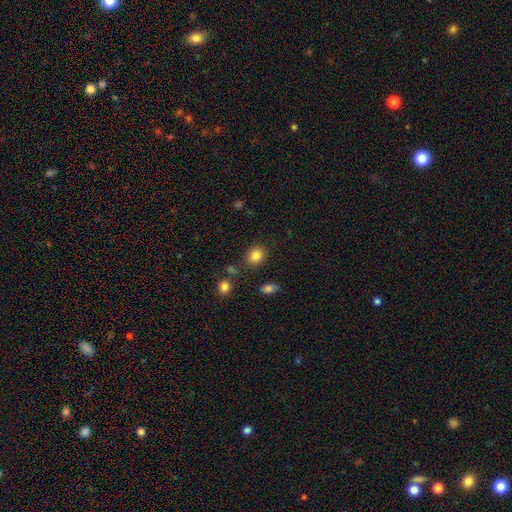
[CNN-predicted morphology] Smooth or featured: smooth — 84% (star or artifact — 10%)
How rounded: round — 60% (in between — 39%)
Merging: none — 83% (minor disturbance — 10%)